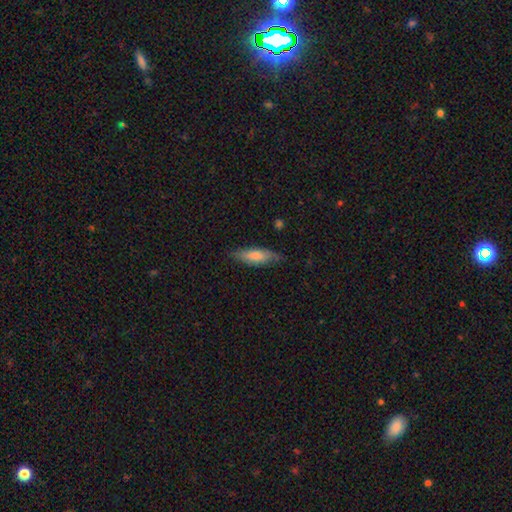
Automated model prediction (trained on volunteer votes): Smooth or featured? smooth (73%)
How rounded? in between (53%)
Merging? none (74%)